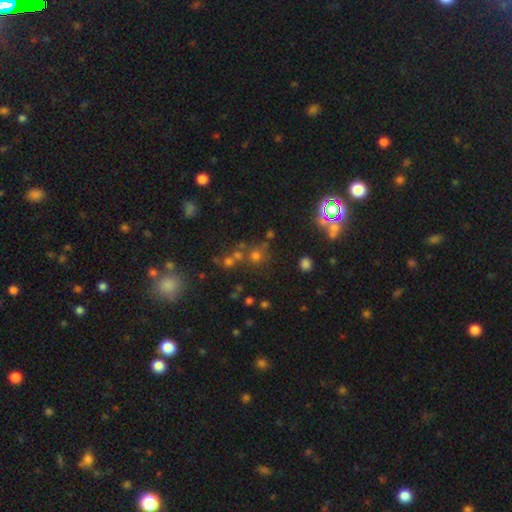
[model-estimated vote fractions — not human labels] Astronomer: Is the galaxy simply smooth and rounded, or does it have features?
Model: smooth — 54% (runner-up: star or artifact, 34%).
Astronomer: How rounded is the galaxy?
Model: round — 89%.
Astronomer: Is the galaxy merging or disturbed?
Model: none — 63%.